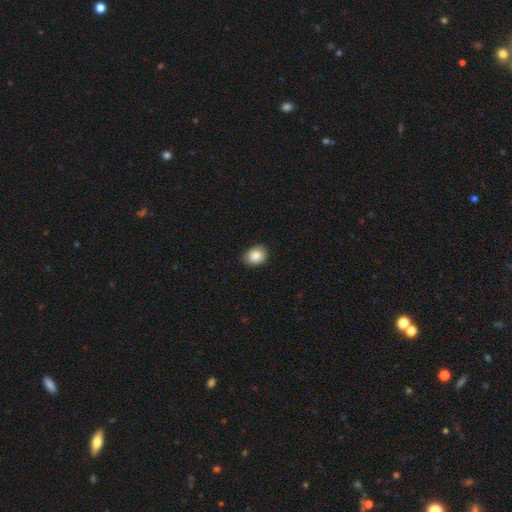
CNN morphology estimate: smooth_or_featured: smooth (p=0.84) [alt: star or artifact p=0.08]
how_rounded: round (p=0.55) [alt: in between p=0.45]
merging: none (p=0.81) [alt: minor disturbance p=0.16]